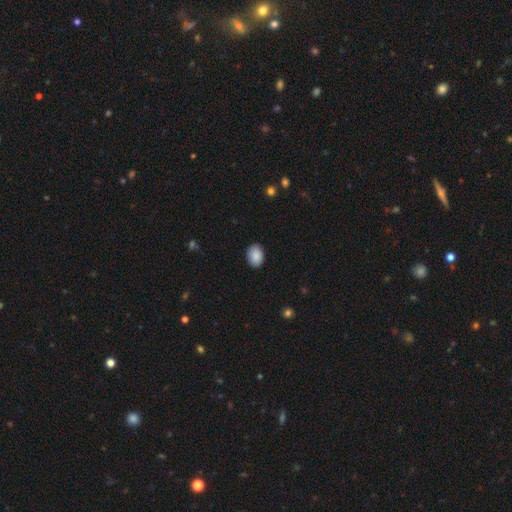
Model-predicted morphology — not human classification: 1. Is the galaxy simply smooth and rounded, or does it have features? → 90% smooth, 7% star or artifact, 4% featured or disk.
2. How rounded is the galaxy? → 75% in between, 24% round, 1% cigar-shaped.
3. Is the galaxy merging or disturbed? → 87% none, 10% minor disturbance, 2% major disturbance, 1% merger.